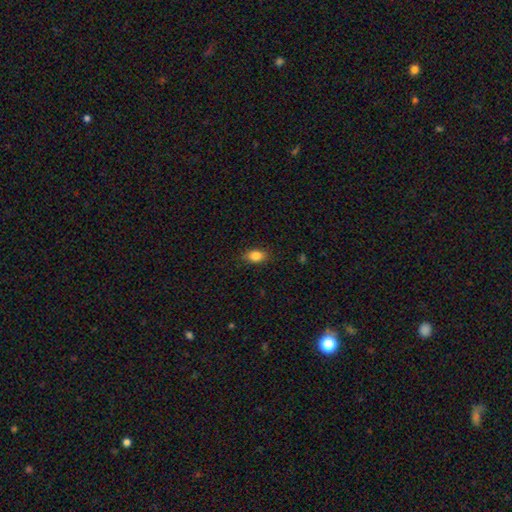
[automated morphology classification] type=smooth (84%); roundness=in between (81%); merging=none (84%).